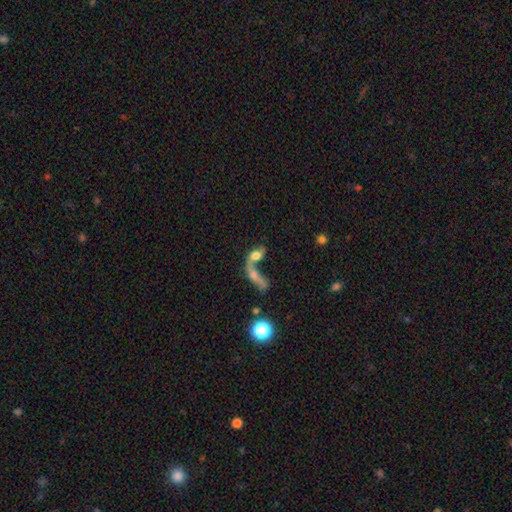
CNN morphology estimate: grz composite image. It shows a smooth galaxy with no disk features (51%) that is in between round and cigar-shaped (68%). Merging: merger (74%).